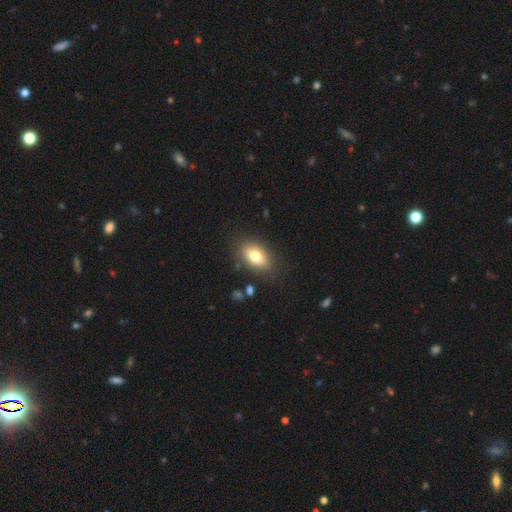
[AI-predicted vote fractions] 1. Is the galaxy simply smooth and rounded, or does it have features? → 77% smooth, 15% featured or disk, 9% star or artifact.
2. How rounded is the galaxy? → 86% in between, 11% round, 3% cigar-shaped.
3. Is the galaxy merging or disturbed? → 83% none, 11% minor disturbance, 4% major disturbance, 2% merger.